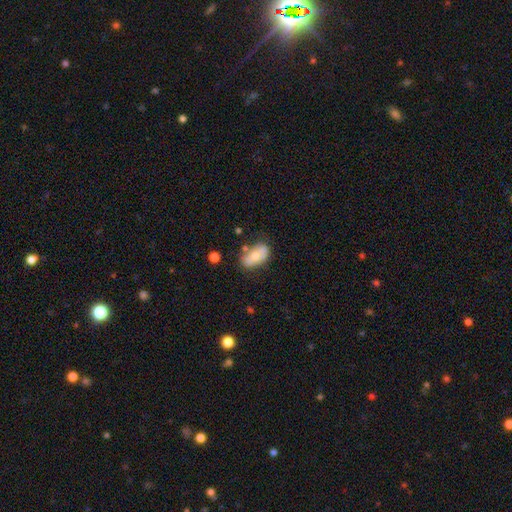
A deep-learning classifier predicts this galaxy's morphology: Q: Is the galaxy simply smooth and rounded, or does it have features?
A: smooth — 61%.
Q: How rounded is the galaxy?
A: in between — 91%.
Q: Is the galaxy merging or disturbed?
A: none — 62%.